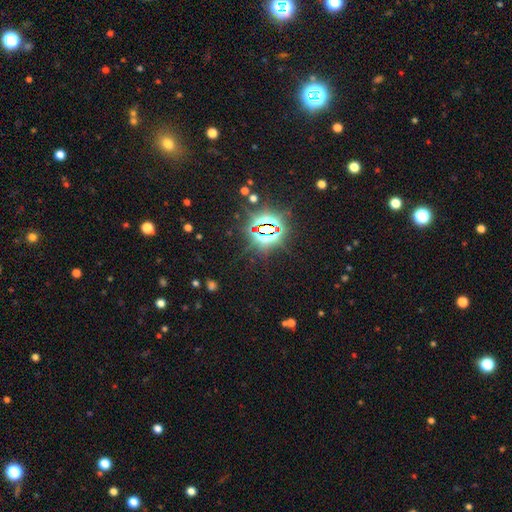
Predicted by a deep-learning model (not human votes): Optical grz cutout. It shows a star or artifact, not a galaxy (83%).